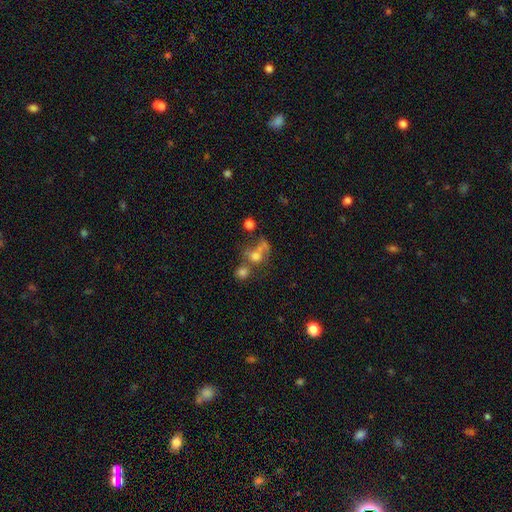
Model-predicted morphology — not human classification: A smooth galaxy with no disk features (49%). Merging: merger (41%).